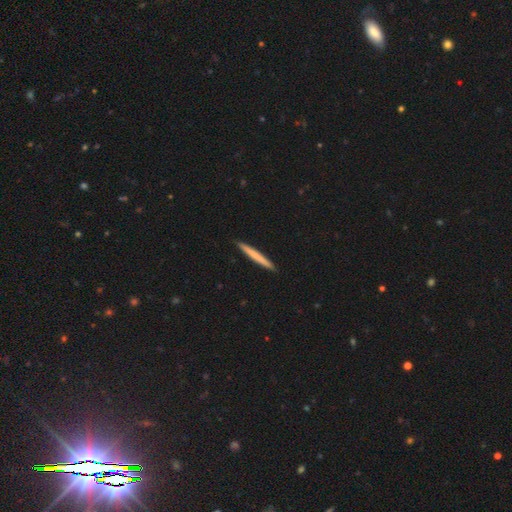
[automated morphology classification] Smooth or featured?
  - smooth: 64% *
  - featured or disk: 31%
  - star or artifact: 5%
How rounded?
  - cigar-shaped: 97% *
  - in between: 2%
  - round: 1%
Merging?
  - none: 93% *
  - minor disturbance: 5%
  - major disturbance: 1%
  - merger: 1%